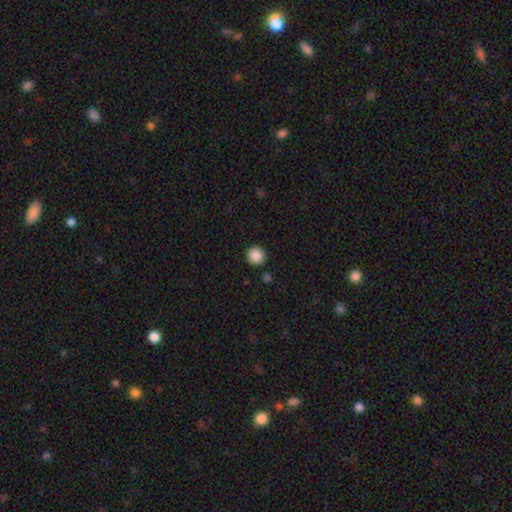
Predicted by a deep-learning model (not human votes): smooth-or-featured: smooth: 88% | star or artifact: 9% | featured or disk: 3%
  how-rounded: round: 94% | in between: 5% | cigar-shaped: 1%
  merging: none: 92% | minor disturbance: 5% | major disturbance: 2% | merger: 2%